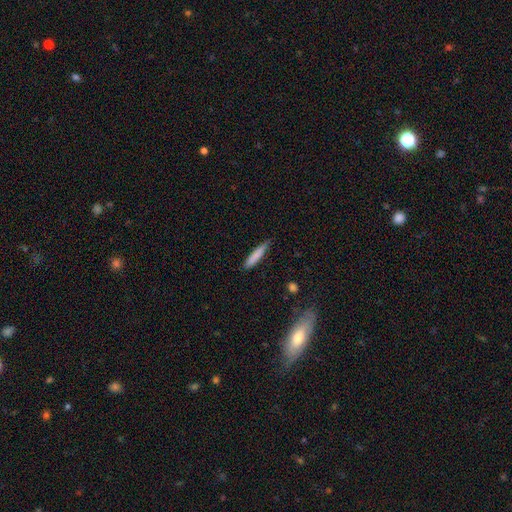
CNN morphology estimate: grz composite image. It shows a smooth galaxy with no disk features (81%) that is cigar-shaped (89%). Merging: none (79%).